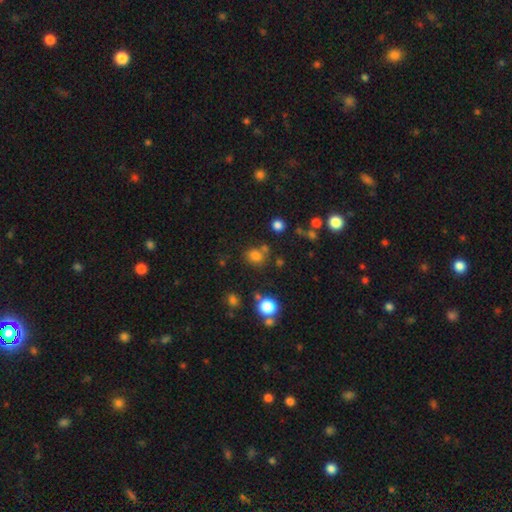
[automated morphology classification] This is likely a smooth galaxy (75%). How rounded: likely round (68%). Merging: likely none (68%).